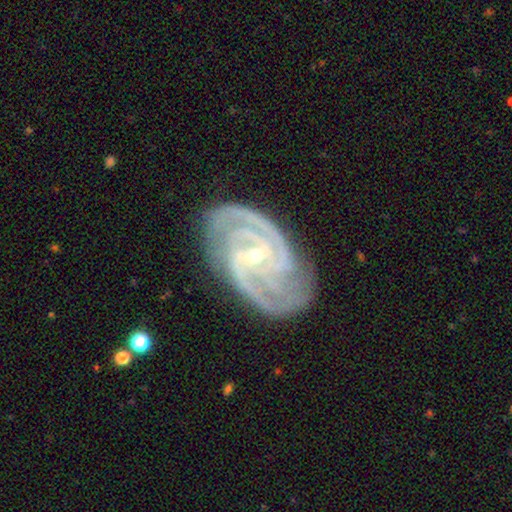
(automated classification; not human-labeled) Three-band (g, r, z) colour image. It shows a featured or disk galaxy (92%) with a weak bar (43%), 3 (35%) tight (61%) spiral arms (99%) and a small central bulge (73%). Merging: none (78%).